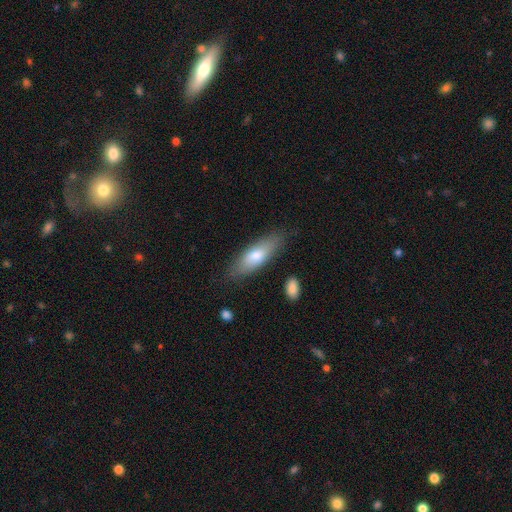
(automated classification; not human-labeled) smooth-or-featured: smooth: 71% | featured or disk: 23% | star or artifact: 6%
  how-rounded: in between: 53% | cigar-shaped: 45% | round: 2%
  merging: none: 81% | minor disturbance: 13% | major disturbance: 3% | merger: 3%